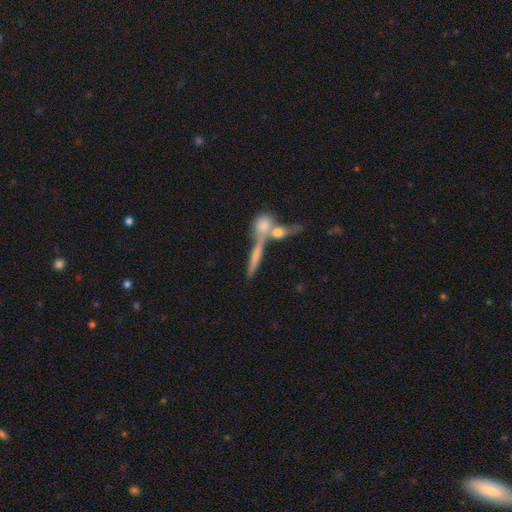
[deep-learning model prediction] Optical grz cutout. It shows a smooth galaxy with no disk features (50%). Merging: none (47%).